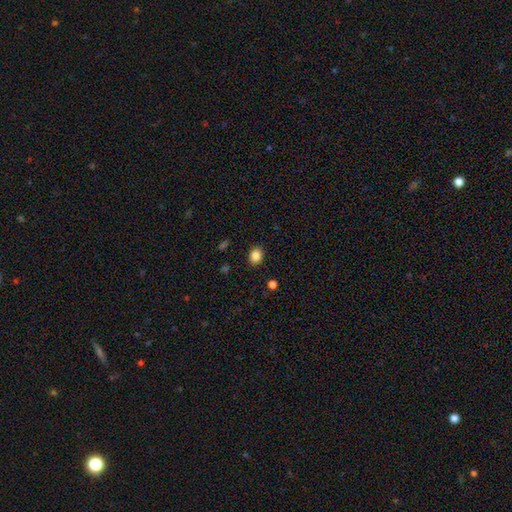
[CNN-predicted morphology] This appears to be a smooth galaxy with no disk features (85%) that is in between round and cigar-shaped (56%). Merging: none (89%).